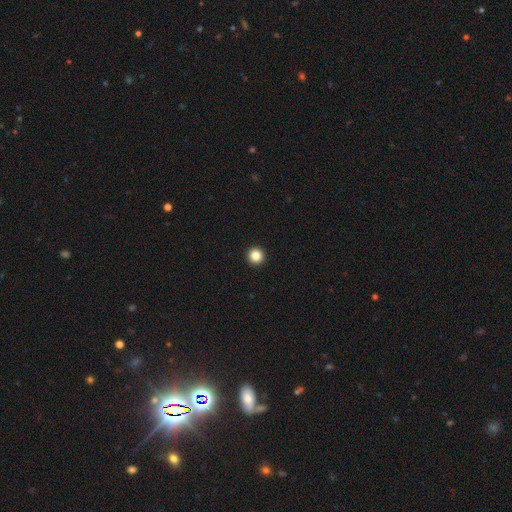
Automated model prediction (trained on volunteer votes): Smooth or featured? Predicted: smooth (p=0.85). How rounded? Predicted: round (p=0.97). Merging? Predicted: none (p=0.95).